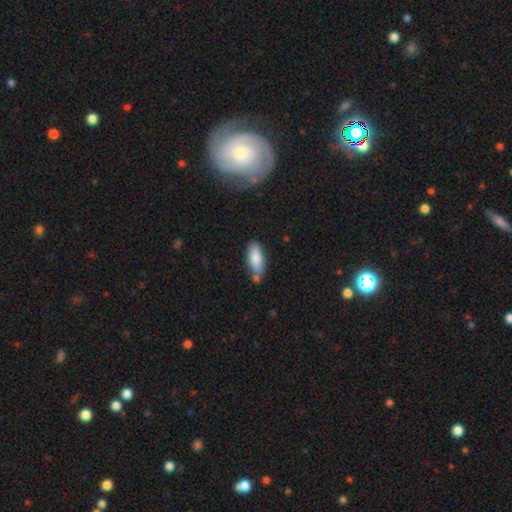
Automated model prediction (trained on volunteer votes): This is likely a smooth galaxy (74%). How rounded: likely in between (75%). Merging: likely none (66%).